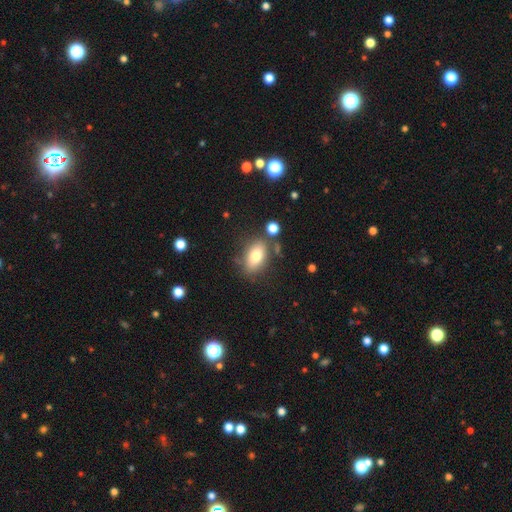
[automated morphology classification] A smooth galaxy with no disk features (77%) that is in between round and cigar-shaped (87%). Merging: none (73%).